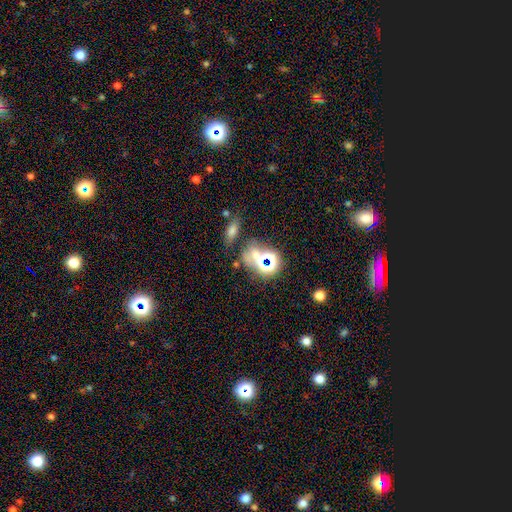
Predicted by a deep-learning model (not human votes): smooth_or_featured: star or artifact (p=0.45) [alt: smooth p=0.41]